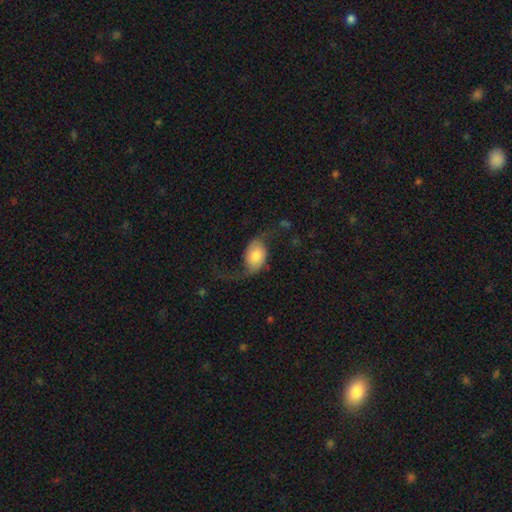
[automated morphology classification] Q: Smooth or featured?
A: featured or disk (49%); runner-up: smooth (44%)
Q: Merging?
A: none (44%); runner-up: major disturbance (33%)